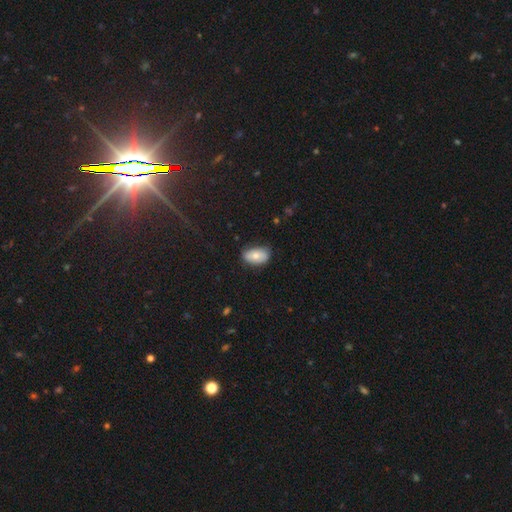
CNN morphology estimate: Smooth or featured? Predicted: smooth (p=0.75). How rounded? Predicted: in between (p=0.91). Merging? Predicted: none (p=0.70).